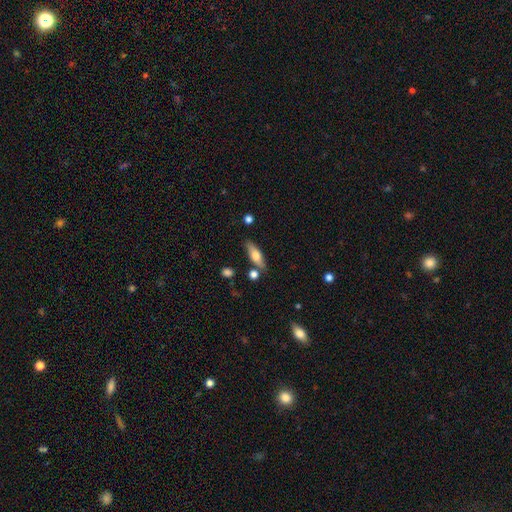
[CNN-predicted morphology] Smooth or featured? Predicted: smooth (p=0.61). How rounded? Predicted: in between (p=0.50). Merging? Predicted: none (p=0.79).